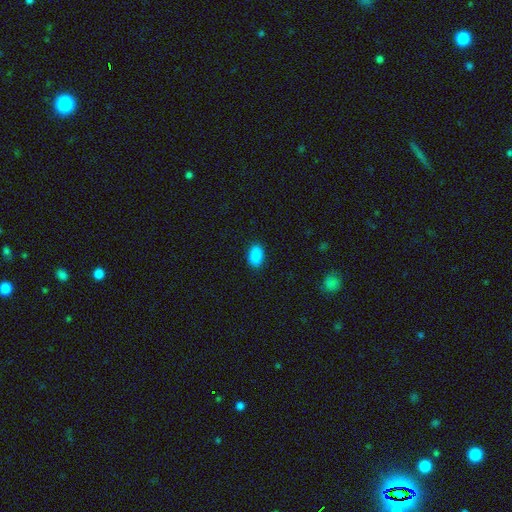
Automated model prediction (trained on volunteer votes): A smooth galaxy with no disk features (89%) that is in between round and cigar-shaped (91%). Merging: none (88%).